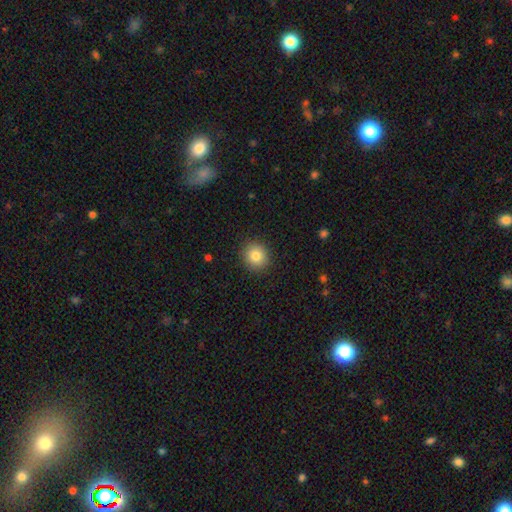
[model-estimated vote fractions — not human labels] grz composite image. It shows a smooth galaxy with no disk features (82%) that is round (87%). Merging: none (91%).